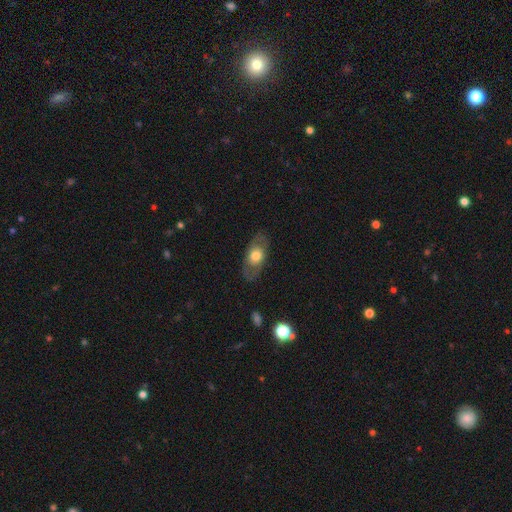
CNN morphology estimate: Smooth or featured? Predicted: smooth (p=0.54). How rounded? Predicted: in between (p=0.83). Merging? Predicted: none (p=0.80).